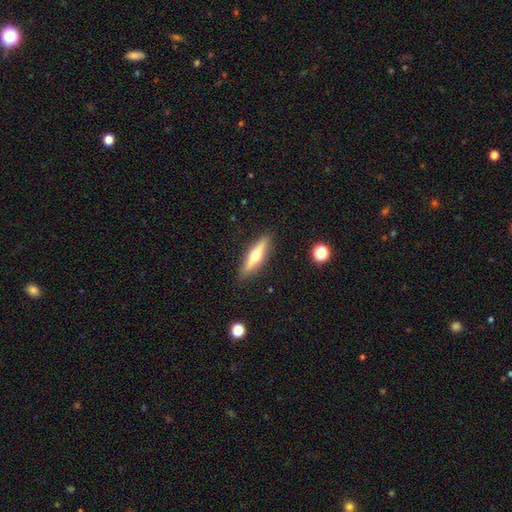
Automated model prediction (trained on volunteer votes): A featured or disk galaxy (60%) viewed edge-on (95%) with a rounded central bulge (93%).

Vote fractions:
- Smooth or featured? featured or disk: 60% / smooth: 35% / star or artifact: 6%
- Edge-on disk? yes: 95% / no: 5%
- Edge-on bulge? rounded: 93% / none: 4% / boxy: 3%
- Merging? none: 89% / minor disturbance: 8% / major disturbance: 2% / merger: 1%